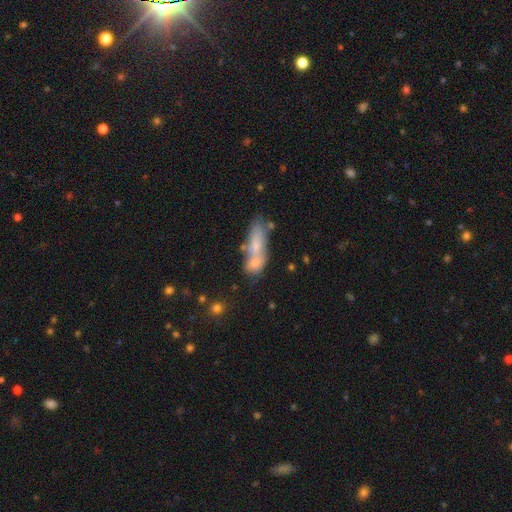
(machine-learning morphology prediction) smooth-or-featured: smooth: 60% | featured or disk: 27% | star or artifact: 13%
  how-rounded: cigar-shaped: 49% | in between: 45% | round: 6%
  merging: merger: 40% (tied) | none: 40% (tied) | minor disturbance: 13% | major disturbance: 7%